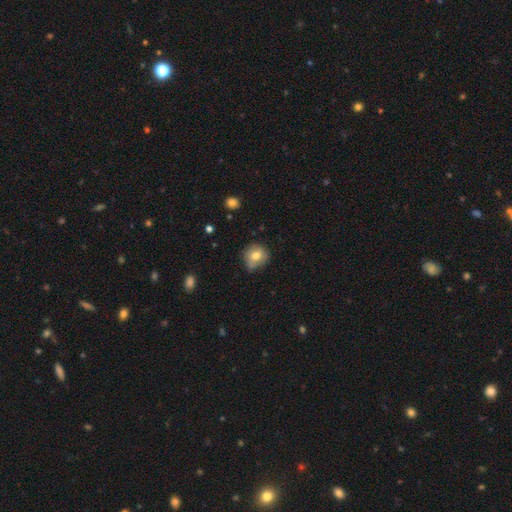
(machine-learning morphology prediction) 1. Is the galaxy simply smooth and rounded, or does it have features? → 75% smooth, 15% featured or disk, 10% star or artifact.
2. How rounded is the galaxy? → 84% round, 15% in between, 1% cigar-shaped.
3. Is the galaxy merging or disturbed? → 62% none, 26% minor disturbance, 6% merger, 6% major disturbance.